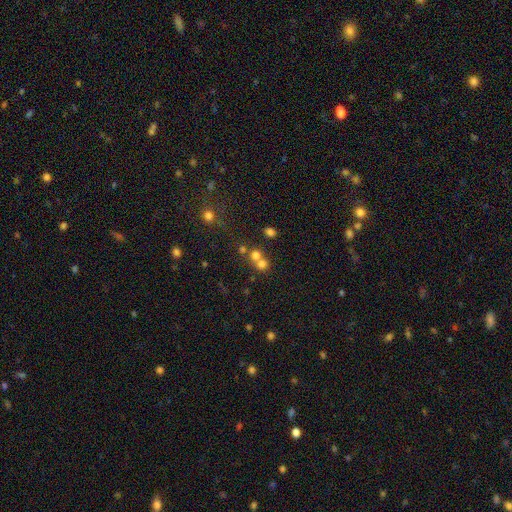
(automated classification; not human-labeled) A smooth galaxy with no disk features (70%) that is round (83%).

Vote fractions:
- Smooth or featured? smooth: 70% / star or artifact: 18% / featured or disk: 12%
- How rounded? round: 83% / in between: 16% / cigar-shaped: 1%
- Merging? merger: 49% / none: 42% / minor disturbance: 6% / major disturbance: 3%